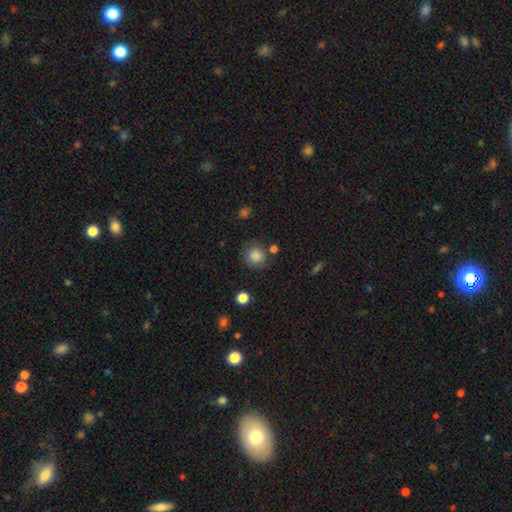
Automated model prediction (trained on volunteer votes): smooth_or_featured: smooth (p=0.85) [alt: star or artifact p=0.10]
how_rounded: round (p=0.90) [alt: in between p=0.09]
merging: none (p=0.76) [alt: minor disturbance p=0.13]